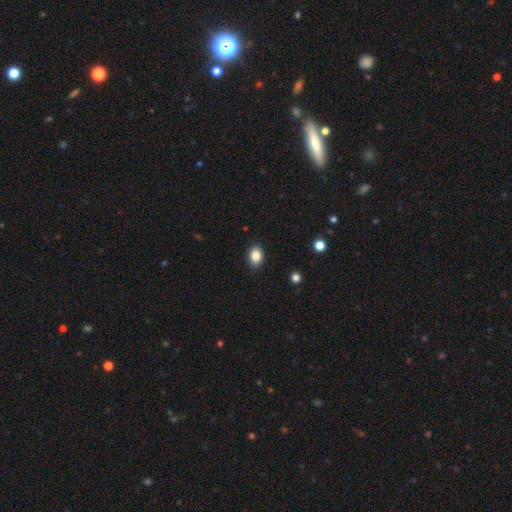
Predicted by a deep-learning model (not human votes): smooth 87%, star or artifact 9%, featured or disk 4%. Down the decision tree: how rounded — in between (67%); merging — none (89%).